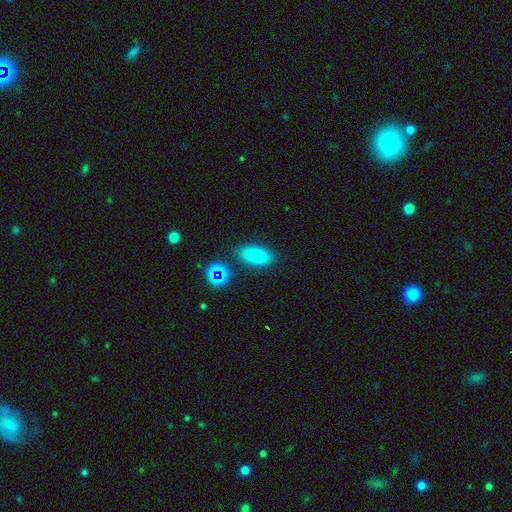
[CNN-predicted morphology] smooth-or-featured: smooth: 81% | star or artifact: 11% | featured or disk: 8%
  how-rounded: in between: 84% | cigar-shaped: 10% | round: 6%
  merging: none: 81% | minor disturbance: 11% | merger: 5% | major disturbance: 4%